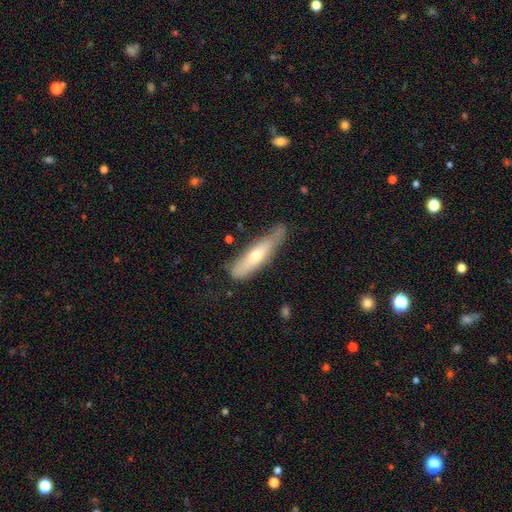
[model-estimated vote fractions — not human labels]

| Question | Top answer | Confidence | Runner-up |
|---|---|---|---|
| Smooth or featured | smooth | 53% | featured or disk (41%) |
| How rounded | cigar-shaped | 79% | in between (19%) |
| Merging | none | 57% | minor disturbance (31%) |